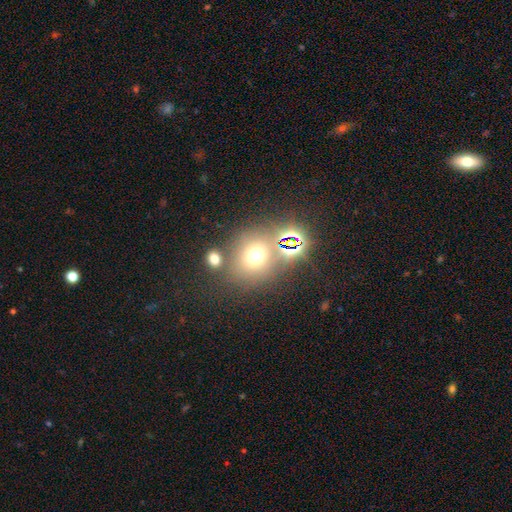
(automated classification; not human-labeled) Smooth or featured? smooth (61%)
How rounded? round (76%)
Merging? none (66%)